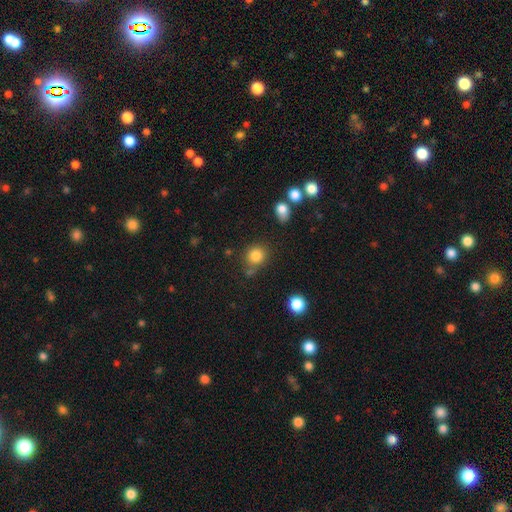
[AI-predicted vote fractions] A smooth galaxy with no disk features (83%) that is round (82%). Merging: none (73%).